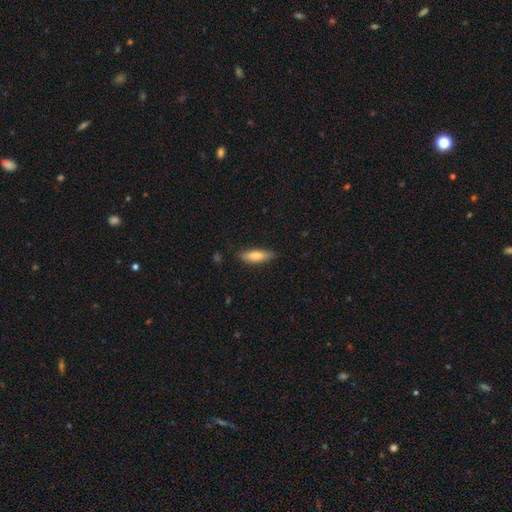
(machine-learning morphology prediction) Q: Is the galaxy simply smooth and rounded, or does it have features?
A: smooth — 76%.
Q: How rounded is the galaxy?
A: cigar-shaped — 51%.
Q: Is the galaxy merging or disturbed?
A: none — 84%.